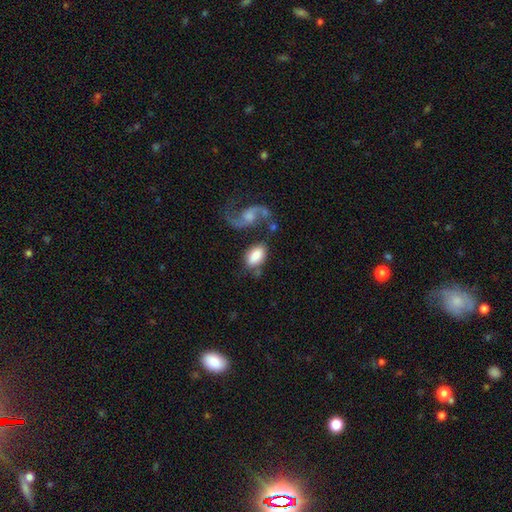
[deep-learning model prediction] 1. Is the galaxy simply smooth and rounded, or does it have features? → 76% smooth, 17% featured or disk, 7% star or artifact.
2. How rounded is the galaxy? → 92% in between, 6% round, 2% cigar-shaped.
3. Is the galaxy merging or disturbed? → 52% none, 20% minor disturbance, 18% merger, 10% major disturbance.